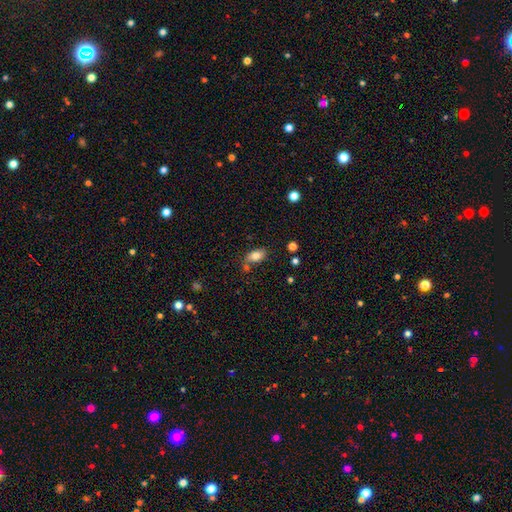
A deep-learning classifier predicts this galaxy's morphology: A smooth galaxy with no disk features (82%) that is in between round and cigar-shaped (89%). Merging: none (70%).